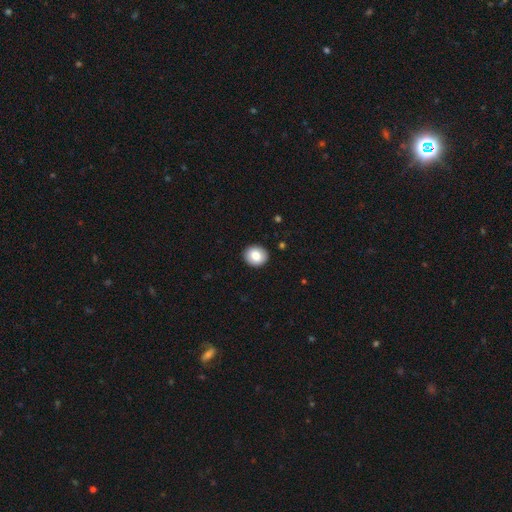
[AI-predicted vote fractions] smooth_or_featured: smooth (p=0.83) [alt: featured or disk p=0.08]
how_rounded: round (p=0.75) [alt: in between p=0.24]
merging: none (p=0.91) [alt: minor disturbance p=0.06]